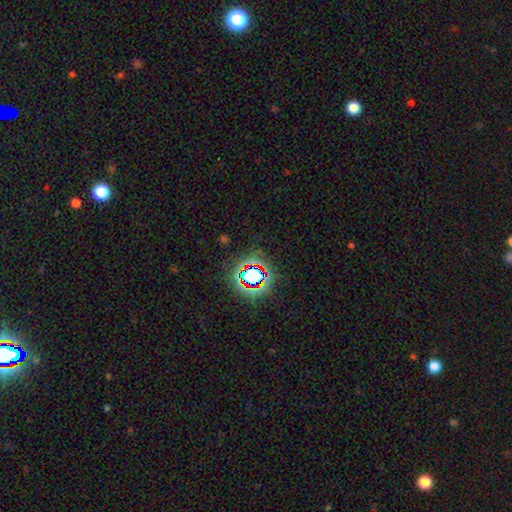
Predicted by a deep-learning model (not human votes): This appears to be a star or artifact, not a galaxy (77%).